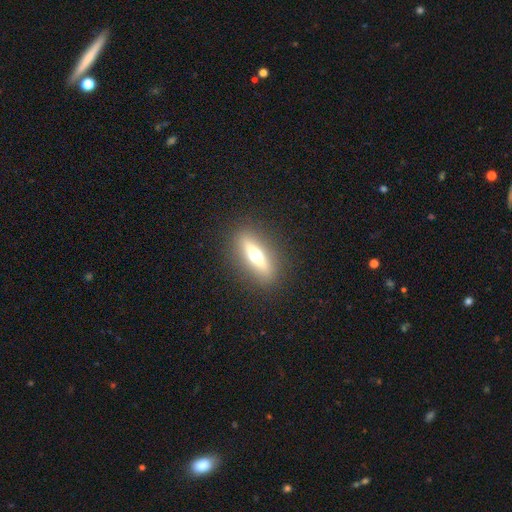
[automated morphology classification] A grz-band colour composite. It shows a featured or disk galaxy (53%) viewed edge-on (81%). Merging: none (88%).